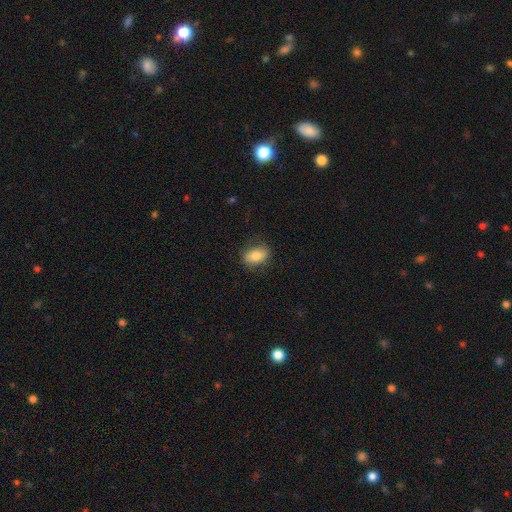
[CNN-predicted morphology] Smooth or featured? smooth (79%)
How rounded? in between (84%)
Merging? none (77%)